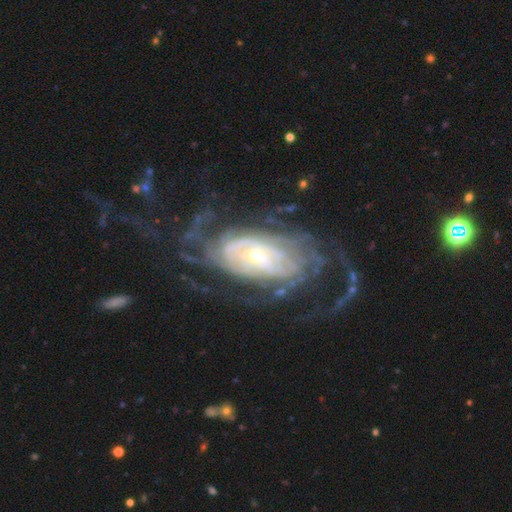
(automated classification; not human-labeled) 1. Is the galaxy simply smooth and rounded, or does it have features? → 87% featured or disk, 7% smooth, 6% star or artifact.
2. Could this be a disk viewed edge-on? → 94% no, 6% yes.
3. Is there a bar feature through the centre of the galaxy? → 70% no, 21% weak, 10% strong.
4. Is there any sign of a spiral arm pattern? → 93% yes, 7% no.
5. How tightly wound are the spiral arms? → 61% tight, 26% medium, 13% loose.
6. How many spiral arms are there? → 39% can't tell, 16% more than 4, 14% 2, 13% 4, 10% 3, 7% 1.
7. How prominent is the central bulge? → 73% small, 22% moderate, 3% large, 1% dominant, 1% none.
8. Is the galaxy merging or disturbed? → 57% none, 25% major disturbance, 15% minor disturbance, 2% merger.